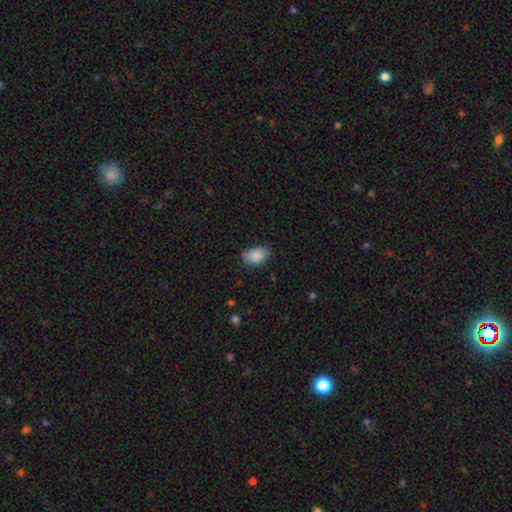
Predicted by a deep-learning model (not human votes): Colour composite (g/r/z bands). It shows a smooth galaxy with no disk features (88%) that is in between round and cigar-shaped (88%). Merging: none (74%).